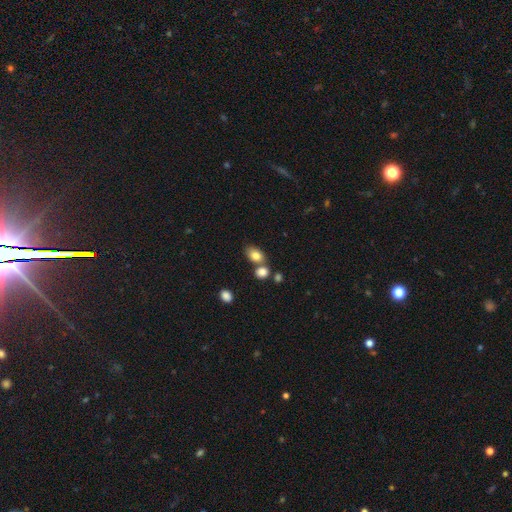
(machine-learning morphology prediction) smooth 81%, star or artifact 9%, featured or disk 9%. Down the decision tree: how rounded — in between (76%); merging — none (53%).